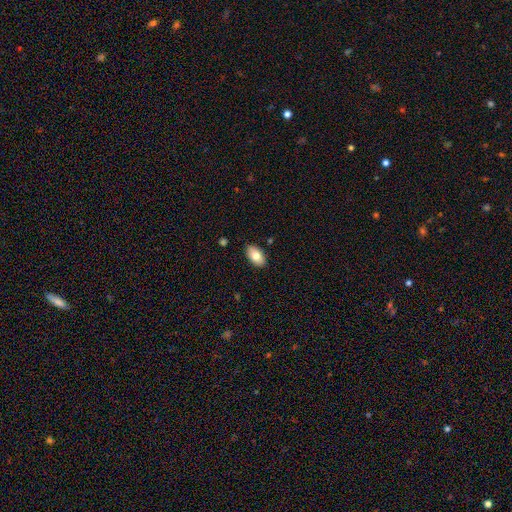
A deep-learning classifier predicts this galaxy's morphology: A smooth galaxy with no disk features (78%) that is in between round and cigar-shaped (93%).

Vote fractions:
- Smooth or featured? smooth: 78% / featured or disk: 15% / star or artifact: 7%
- How rounded? in between: 93% / round: 5% / cigar-shaped: 2%
- Merging? none: 87% / minor disturbance: 9% / major disturbance: 2% / merger: 1%